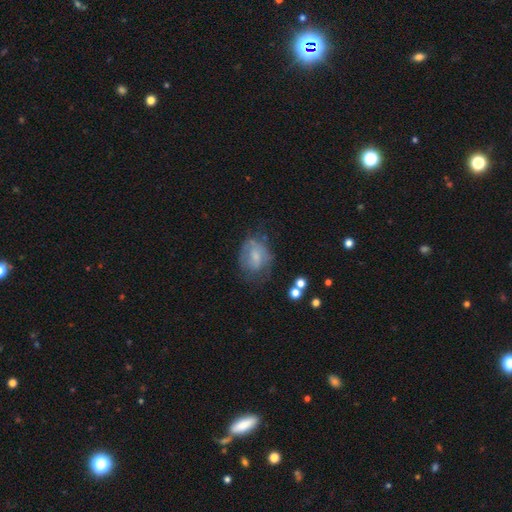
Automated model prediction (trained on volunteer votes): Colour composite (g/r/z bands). It shows a smooth galaxy with no disk features (47%). Merging: none (47%).